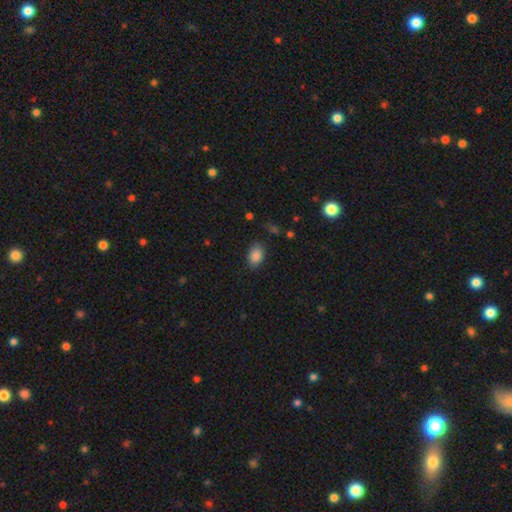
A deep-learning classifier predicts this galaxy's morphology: Smooth or featured?
  - smooth: 86% *
  - star or artifact: 9%
  - featured or disk: 5%
How rounded?
  - in between: 76% *
  - round: 23%
  - cigar-shaped: 1%
Merging?
  - none: 81% *
  - minor disturbance: 14%
  - major disturbance: 3%
  - merger: 1%